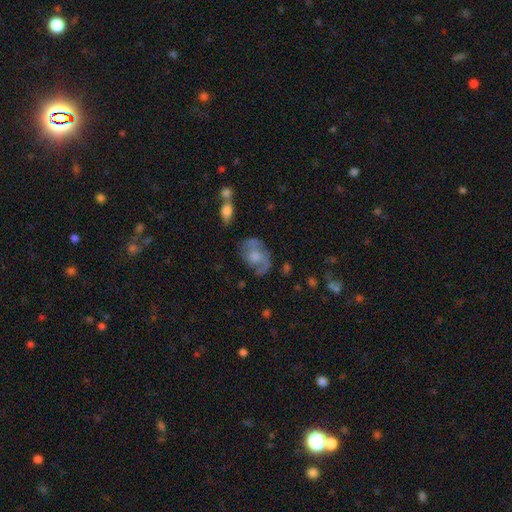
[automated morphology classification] type=featured or disk (58%); edge-on=no (96%); bar=no (76%); spiral arms=yes (71%); bulge=moderate (47%); merging=none (58%).